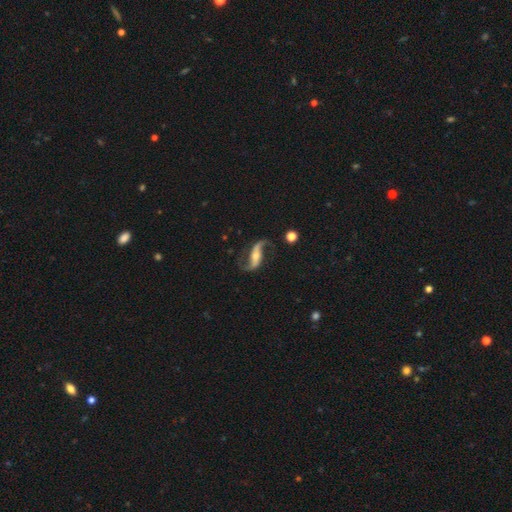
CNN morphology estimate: The model was most divided on "bulge size": moderate: 46%, small: 44%, large: 5%, none: 3%, dominant: 2%. Remaining: spiral arms — yes (96%); edge-on disk — no (94%); spiral arm count — 2 (93%); smooth or featured — featured or disk (89%); spiral winding — loose (83%); merging — none (75%); bar — strong (40%).